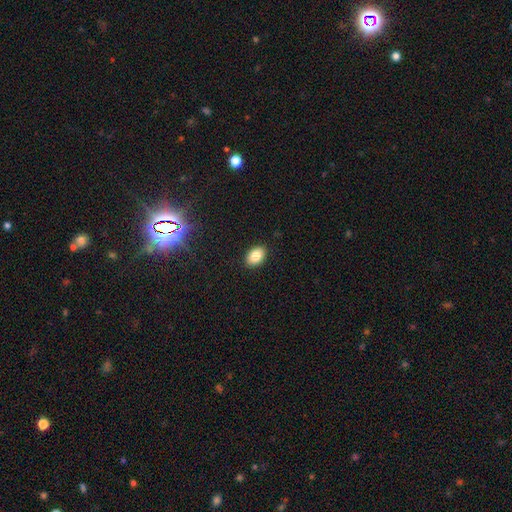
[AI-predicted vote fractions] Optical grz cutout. It shows a smooth galaxy with no disk features (84%) that is in between round and cigar-shaped (84%). Merging: none (89%).